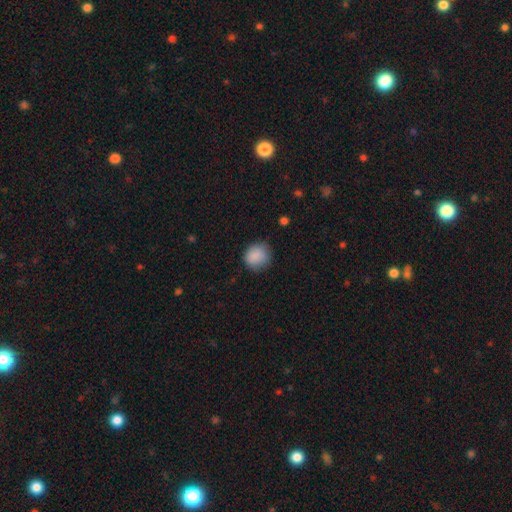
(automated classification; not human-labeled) This is clearly a smooth galaxy (87%). How rounded: clearly round (80%). Merging: likely none (78%).